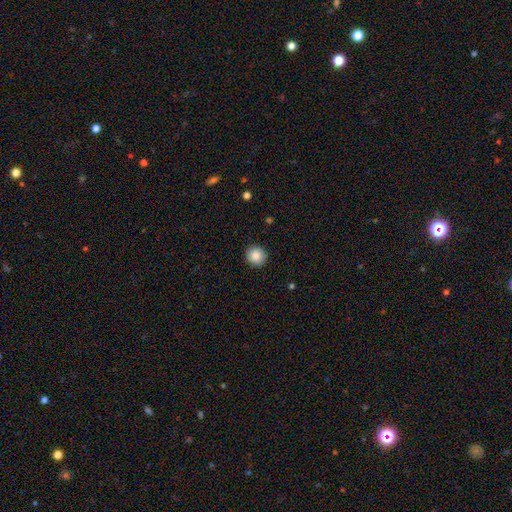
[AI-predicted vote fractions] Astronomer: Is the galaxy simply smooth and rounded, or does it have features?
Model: smooth — 87%.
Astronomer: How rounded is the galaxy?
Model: round — 92%.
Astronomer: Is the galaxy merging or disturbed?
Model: none — 92%.